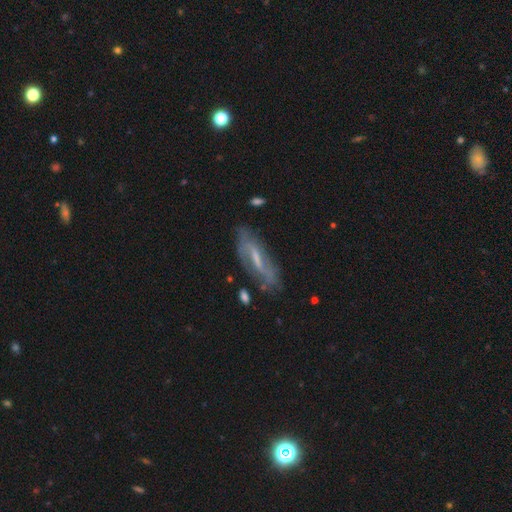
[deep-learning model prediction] Smooth or featured?
  - featured or disk: 65% *
  - smooth: 25%
  - star or artifact: 10%
Edge-on disk?
  - no: 69% *
  - yes: 31%
Merging?
  - none: 70% *
  - minor disturbance: 19%
  - major disturbance: 7%
  - merger: 4%